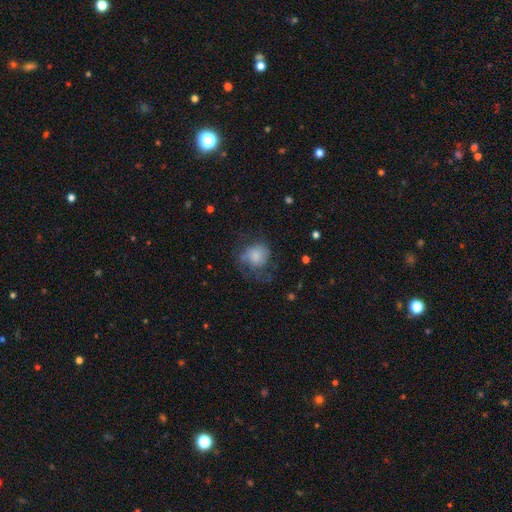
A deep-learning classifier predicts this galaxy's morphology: This appears to be a smooth galaxy with no disk features (67%) that is round (68%). Merging: none (39%).